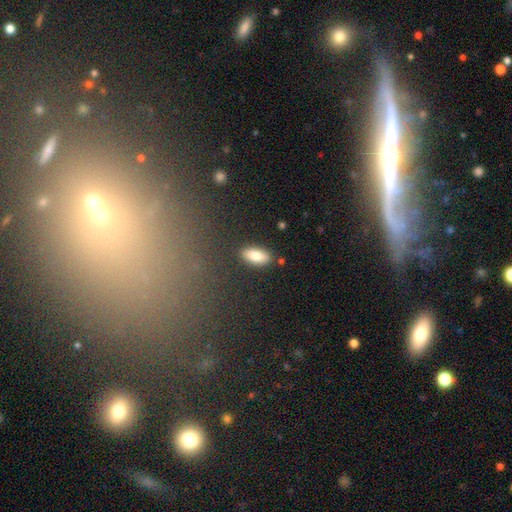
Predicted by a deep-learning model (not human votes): Smooth or featured?
  - smooth: 82% *
  - featured or disk: 11%
  - star or artifact: 7%
How rounded?
  - in between: 86% *
  - cigar-shaped: 11%
  - round: 3%
Merging?
  - none: 85% *
  - minor disturbance: 10%
  - major disturbance: 3%
  - merger: 2%